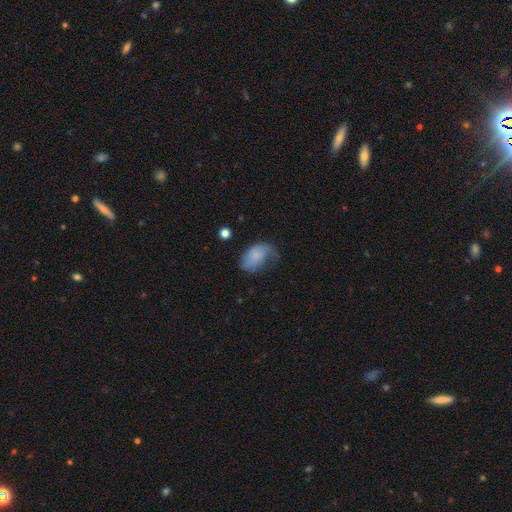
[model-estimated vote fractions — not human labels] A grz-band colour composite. It shows a smooth galaxy with no disk features (56%) that is in between round and cigar-shaped (87%). Merging: minor disturbance (33%).